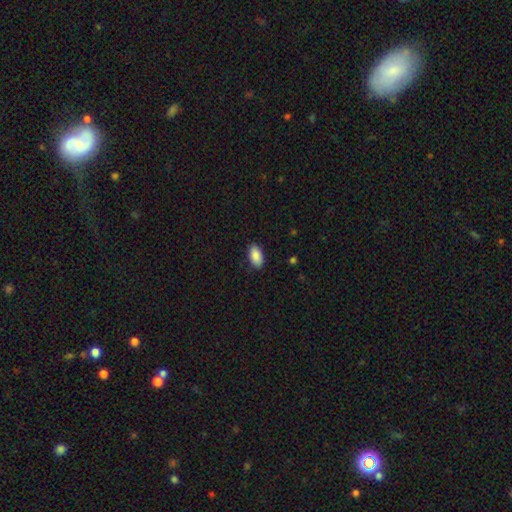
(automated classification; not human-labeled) smooth 89%, star or artifact 7%, featured or disk 4%. Down the decision tree: how rounded — in between (94%); merging — none (88%).